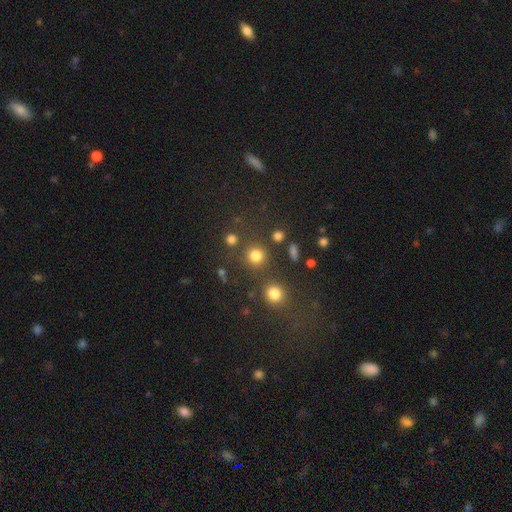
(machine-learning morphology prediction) type=smooth (79%); roundness=round (90%); merging=none (75%).